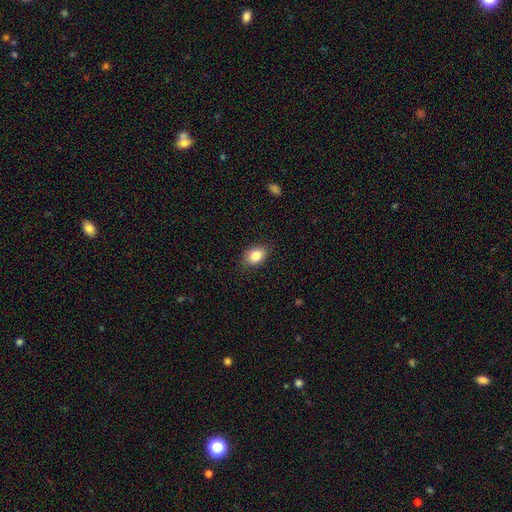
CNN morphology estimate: Smooth or featured: smooth — 84% (star or artifact — 9%)
How rounded: in between — 80% (round — 19%)
Merging: none — 85% (minor disturbance — 11%)